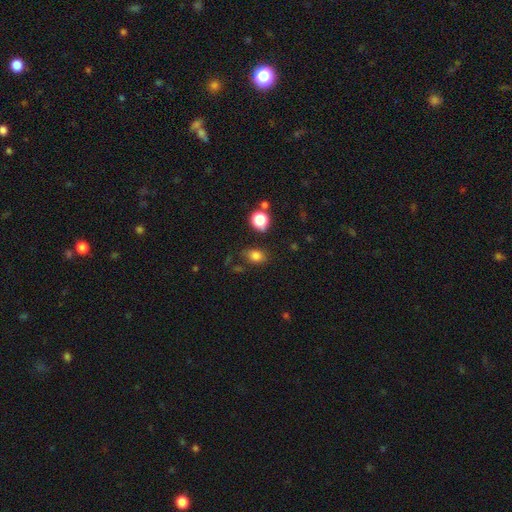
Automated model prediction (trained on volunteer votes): A smooth galaxy with no disk features (80%) that is in between round and cigar-shaped (66%). Merging: none (71%).